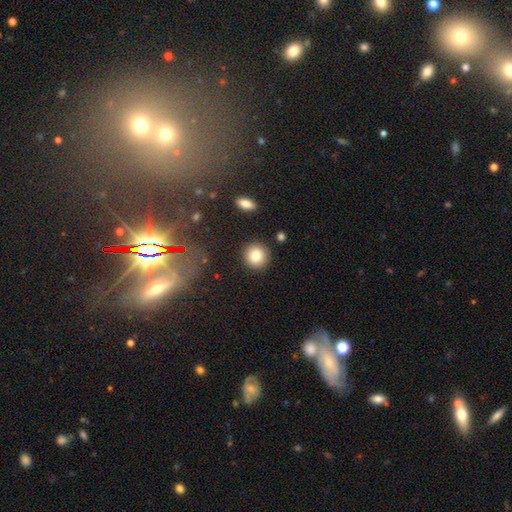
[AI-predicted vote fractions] Overall: smooth (82%). How rounded: round (91%). Merging: none (90%).